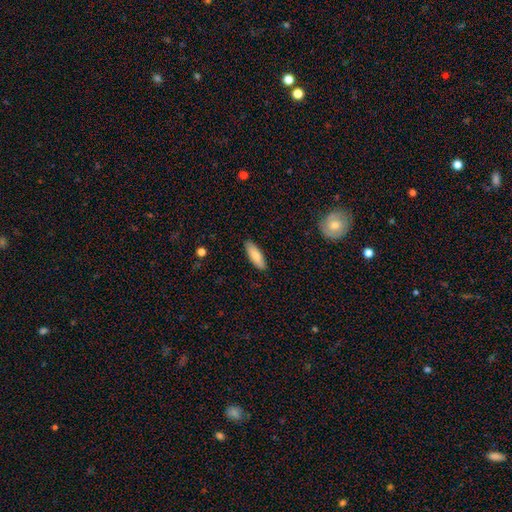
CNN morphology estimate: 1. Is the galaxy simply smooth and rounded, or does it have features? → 80% smooth, 14% featured or disk, 6% star or artifact.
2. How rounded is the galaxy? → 61% in between, 37% cigar-shaped, 2% round.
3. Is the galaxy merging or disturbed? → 88% none, 9% minor disturbance, 2% major disturbance, 1% merger.